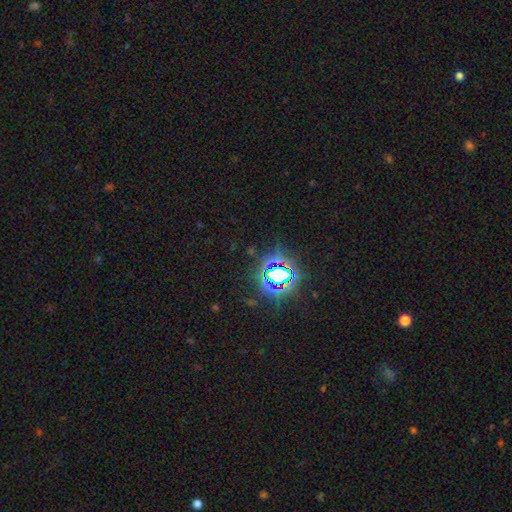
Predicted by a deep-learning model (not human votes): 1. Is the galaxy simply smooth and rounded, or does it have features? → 80% star or artifact, 13% smooth, 7% featured or disk.